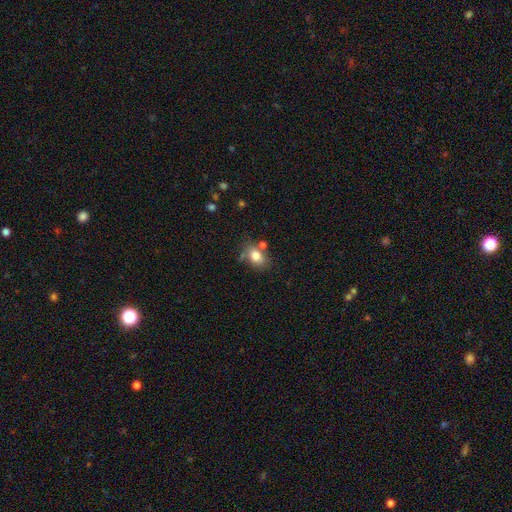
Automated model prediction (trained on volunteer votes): Smooth or featured? Predicted: smooth (p=0.79). How rounded? Predicted: in between (p=0.69). Merging? Predicted: none (p=0.63).